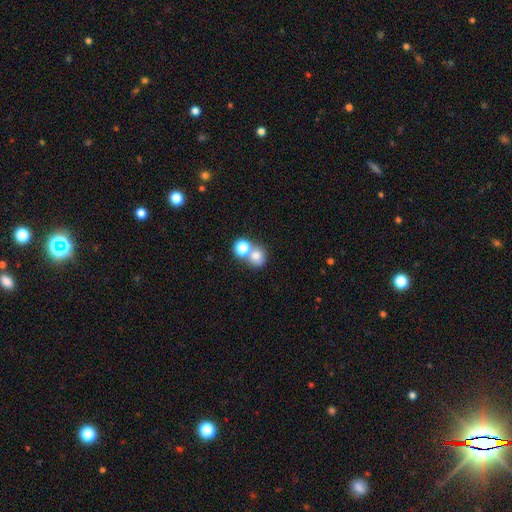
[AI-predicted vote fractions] Smooth or featured: smooth — 74% (star or artifact — 15%)
How rounded: round — 77% (in between — 22%)
Merging: none — 45% (merger — 44%)